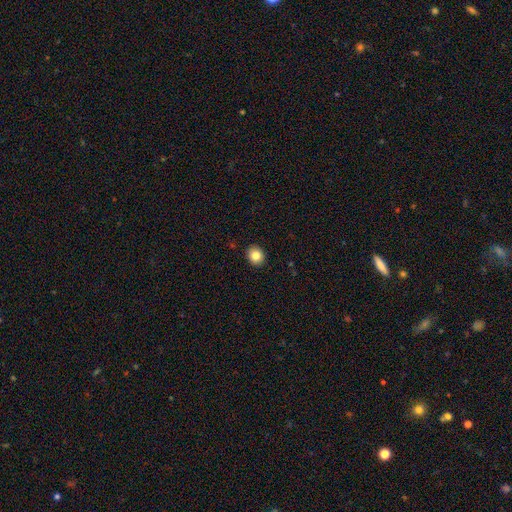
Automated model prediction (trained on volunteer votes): Morphology: type=smooth (84%); roundness=round (69%); merging=none (91%).